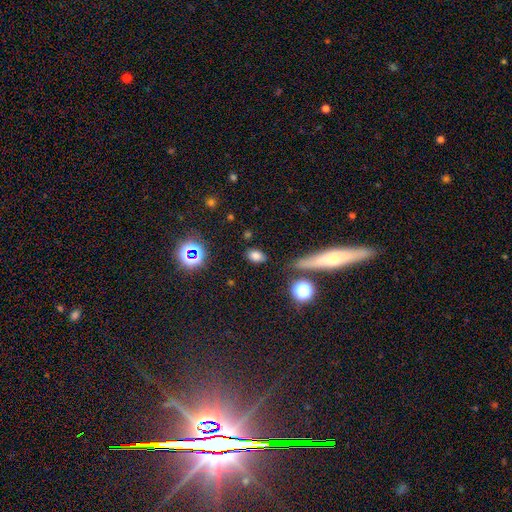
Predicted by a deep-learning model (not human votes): Q: Smooth or featured?
A: smooth (77%); runner-up: star or artifact (16%)
Q: How rounded?
A: in between (82%); runner-up: round (15%)
Q: Merging?
A: none (82%); runner-up: minor disturbance (11%)